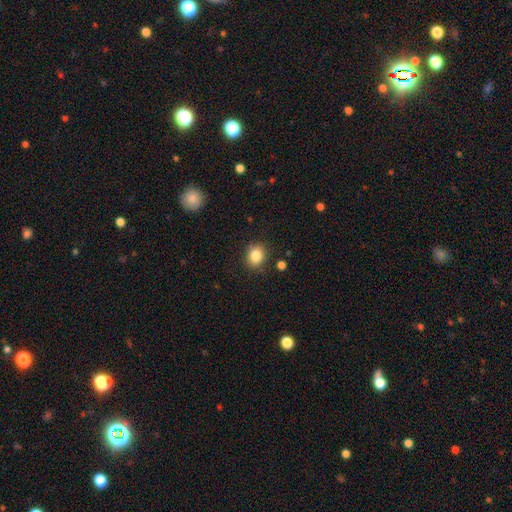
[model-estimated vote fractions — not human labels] Smooth or featured? Predicted: smooth (p=0.85). How rounded? Predicted: round (p=0.67). Merging? Predicted: none (p=0.85).